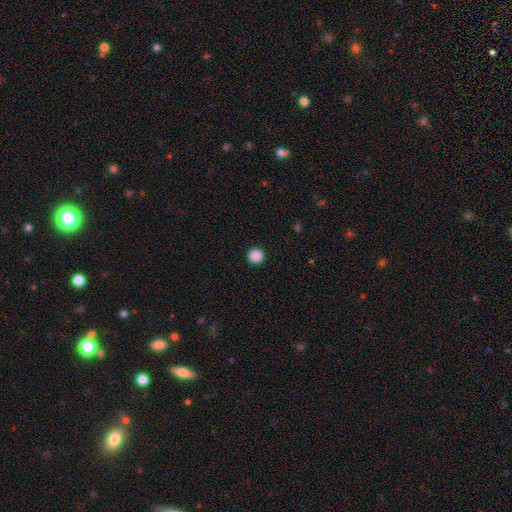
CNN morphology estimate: The model was most divided on "smooth or featured": smooth: 88%, star or artifact: 10%, featured or disk: 2%. More confident: how rounded — round (95%); merging — none (93%).